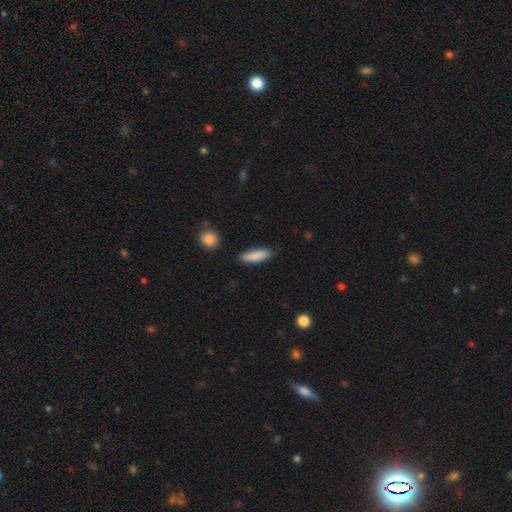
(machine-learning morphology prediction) A smooth galaxy with no disk features (87%) that is cigar-shaped (57%).

Vote fractions:
- Smooth or featured? smooth: 87% / featured or disk: 7% / star or artifact: 6%
- How rounded? cigar-shaped: 57% / in between: 41% / round: 2%
- Merging? none: 87% / minor disturbance: 9% / major disturbance: 2% / merger: 2%